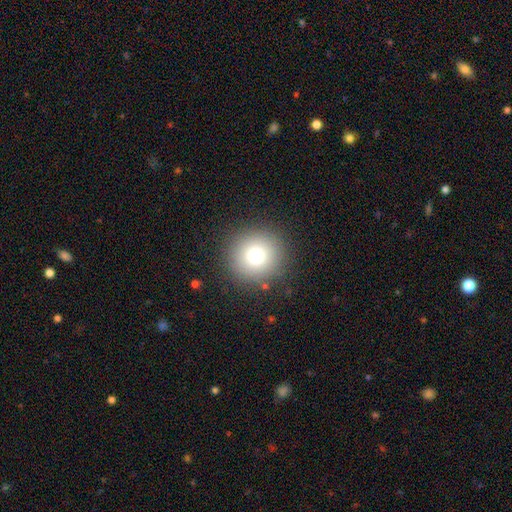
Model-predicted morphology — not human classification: Smooth or featured? Predicted: smooth (p=0.74). How rounded? Predicted: round (p=0.95). Merging? Predicted: none (p=0.89).